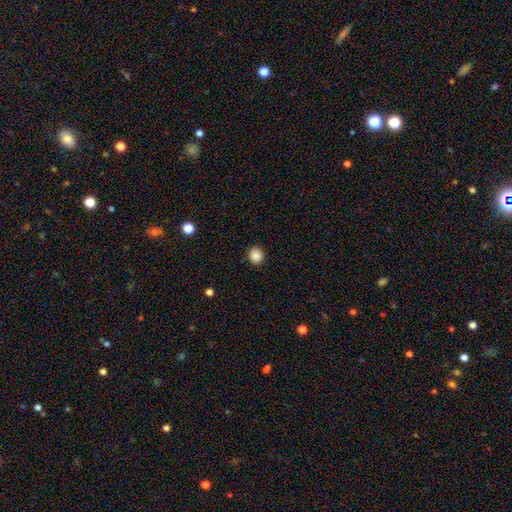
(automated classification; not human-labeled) Q: Smooth or featured?
A: smooth (87%); runner-up: star or artifact (10%)
Q: How rounded?
A: round (88%); runner-up: in between (11%)
Q: Merging?
A: none (91%); runner-up: minor disturbance (6%)